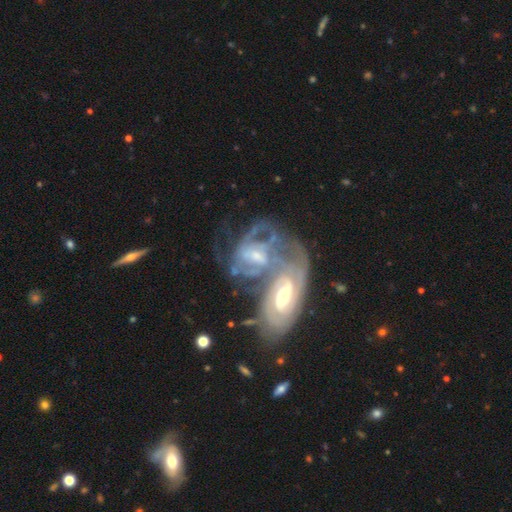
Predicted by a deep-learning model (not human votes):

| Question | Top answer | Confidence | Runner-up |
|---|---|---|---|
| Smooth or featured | featured or disk | 84% | smooth (10%) |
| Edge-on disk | no | 96% | yes (4%) |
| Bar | weak | 44% | no (36%) |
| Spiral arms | yes | 90% | no (10%) |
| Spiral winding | tight | 49% | medium (39%) |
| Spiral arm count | can't tell | 36% | 2 (28%) |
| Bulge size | moderate | 52% | small (35%) |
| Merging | merger | 69% | none (13%) |